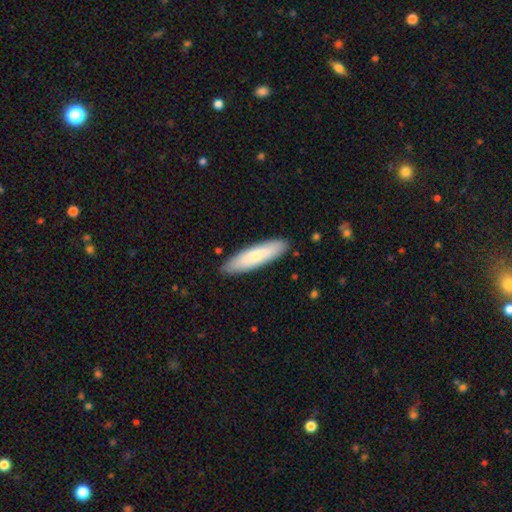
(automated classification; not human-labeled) Smooth or featured? Predicted: smooth (p=0.72). How rounded? Predicted: cigar-shaped (p=0.69). Merging? Predicted: none (p=0.88).